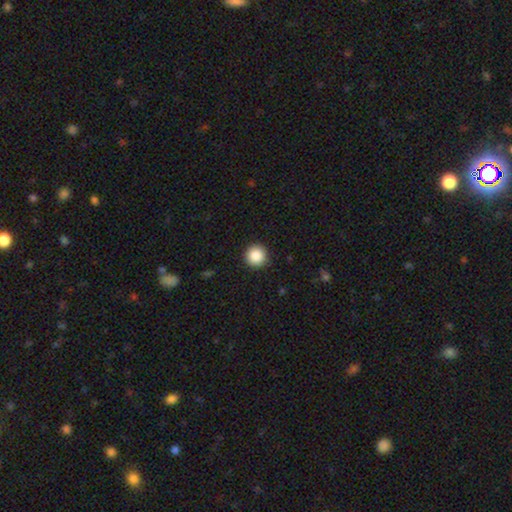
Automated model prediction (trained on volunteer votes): A smooth galaxy with no disk features (87%) that is round (96%). Merging: none (93%).